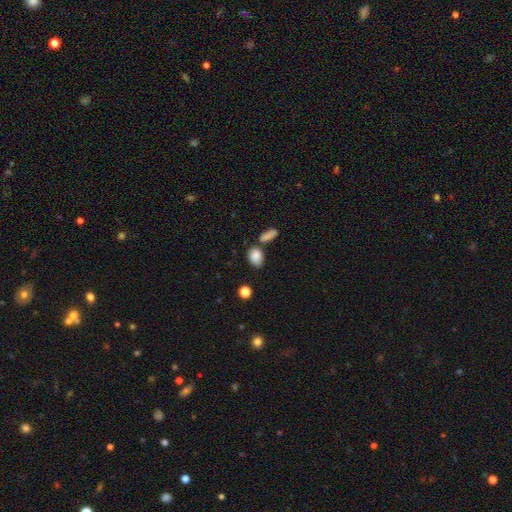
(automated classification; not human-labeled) Overall: smooth (85%). How rounded: in between (83%). Merging: none (55%; merger 22%).